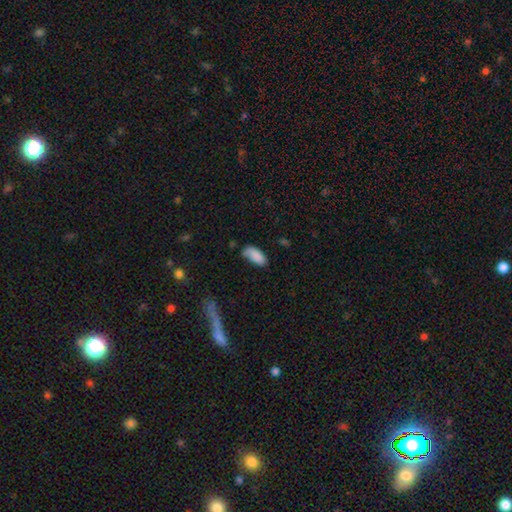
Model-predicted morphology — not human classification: This appears to be a smooth galaxy with no disk features (86%) that is in between round and cigar-shaped (89%). Merging: none (58%).